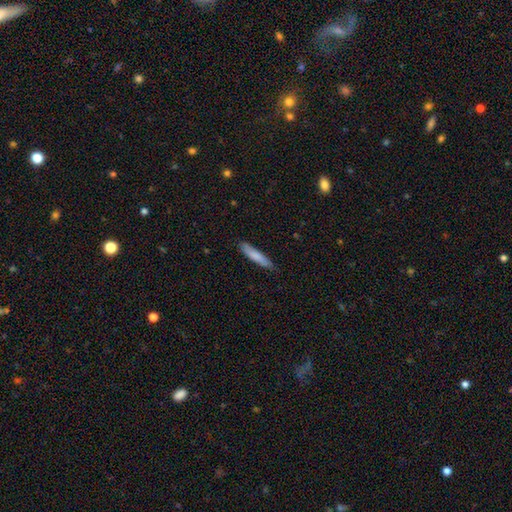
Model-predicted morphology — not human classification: Q: Smooth or featured?
A: smooth (80%); runner-up: featured or disk (15%)
Q: How rounded?
A: cigar-shaped (87%); runner-up: in between (12%)
Q: Merging?
A: none (84%); runner-up: minor disturbance (13%)